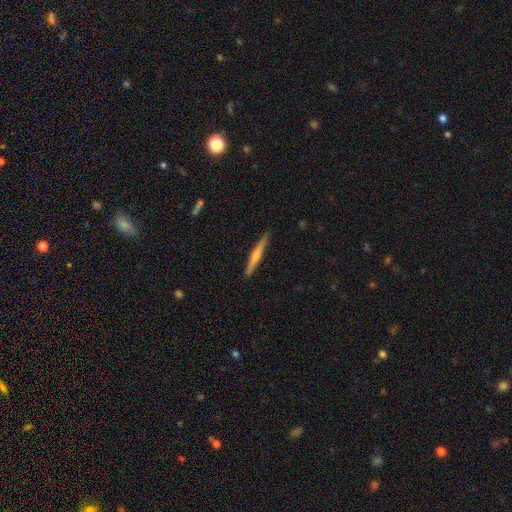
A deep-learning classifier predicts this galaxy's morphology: A featured or disk galaxy (60%) viewed edge-on (97%) with a rounded central bulge (69%). Merging: none (91%).